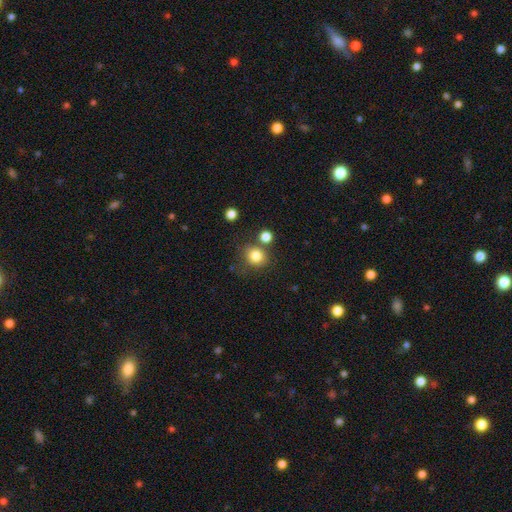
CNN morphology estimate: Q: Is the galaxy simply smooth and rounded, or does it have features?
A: smooth — 81%.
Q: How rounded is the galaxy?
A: round — 85%.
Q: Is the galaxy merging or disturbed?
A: none — 70%.